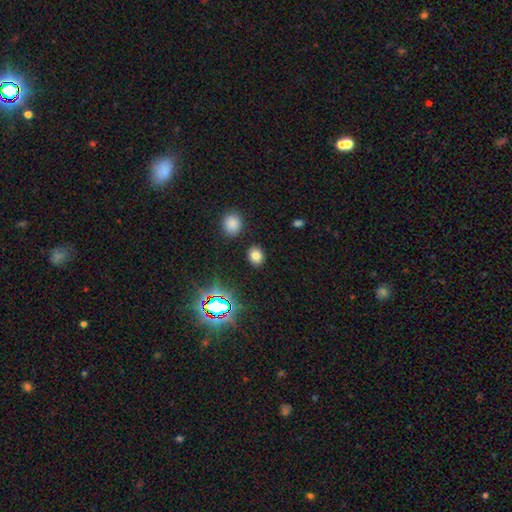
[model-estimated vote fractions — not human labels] This appears to be a smooth galaxy with no disk features (74%) that is round (55%). Merging: none (87%).